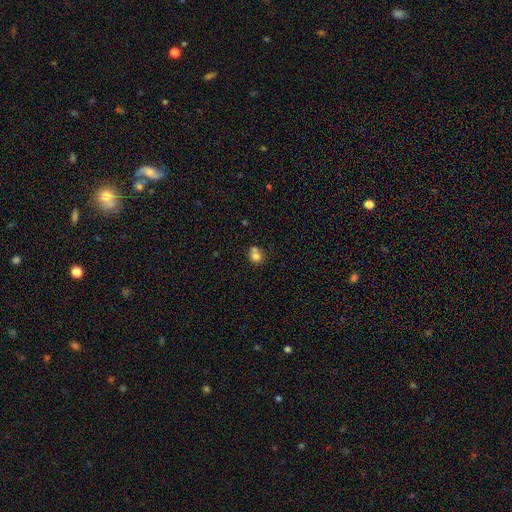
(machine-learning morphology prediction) Smooth or featured? Predicted: smooth (p=0.76). How rounded? Predicted: round (p=0.80). Merging? Predicted: none (p=0.47).